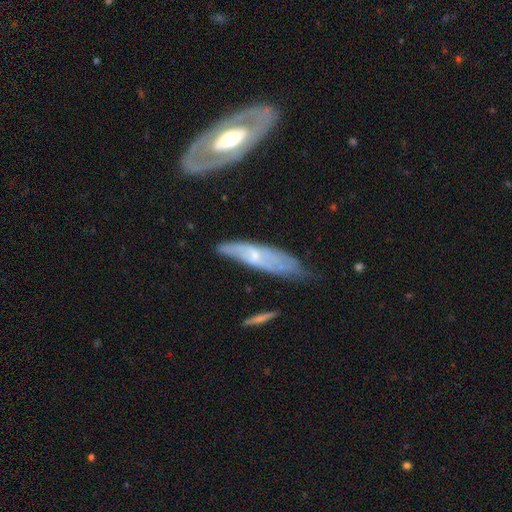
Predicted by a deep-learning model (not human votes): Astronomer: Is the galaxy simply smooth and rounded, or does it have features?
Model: featured or disk — 58% (runner-up: smooth, 35%).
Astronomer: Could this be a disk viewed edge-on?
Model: no — 63%.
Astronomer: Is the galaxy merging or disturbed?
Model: none — 58%.